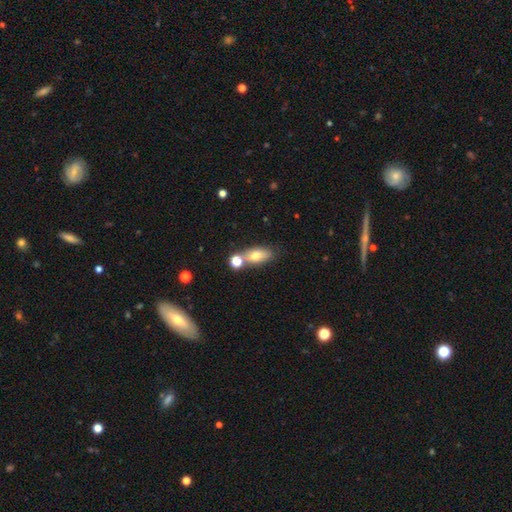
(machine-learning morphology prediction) The model was most divided on "merging": none: 56%, merger: 26%, minor disturbance: 14%, major disturbance: 5%. More confident: how rounded — in between (78%); smooth or featured — smooth (71%).